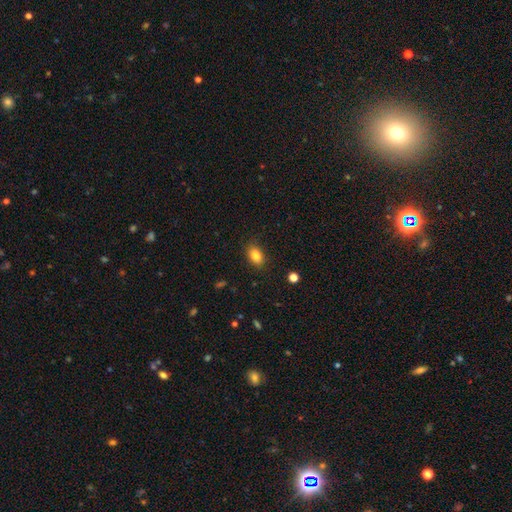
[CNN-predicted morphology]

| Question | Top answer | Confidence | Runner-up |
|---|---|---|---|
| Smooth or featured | smooth | 85% | star or artifact (9%) |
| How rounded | in between | 84% | round (14%) |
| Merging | none | 86% | minor disturbance (11%) |